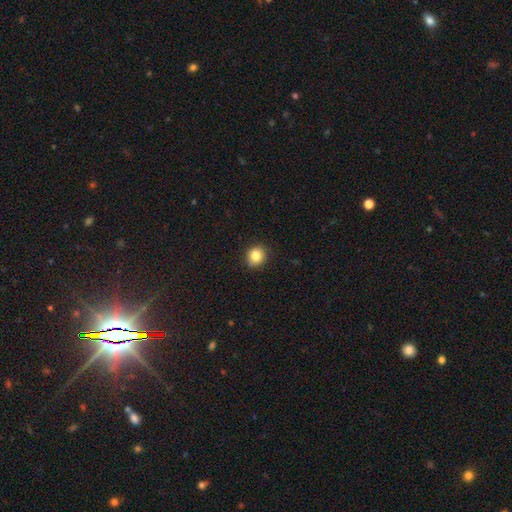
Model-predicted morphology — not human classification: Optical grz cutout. It shows a smooth galaxy with no disk features (84%) that is round (86%). Merging: none (89%).